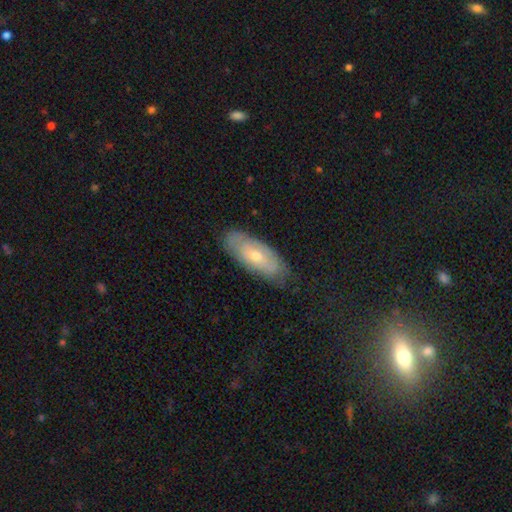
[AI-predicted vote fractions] Q: Smooth or featured?
A: smooth (50%); runner-up: featured or disk (44%)
Q: How rounded?
A: in between (79%); runner-up: cigar-shaped (18%)
Q: Merging?
A: none (76%); runner-up: minor disturbance (19%)